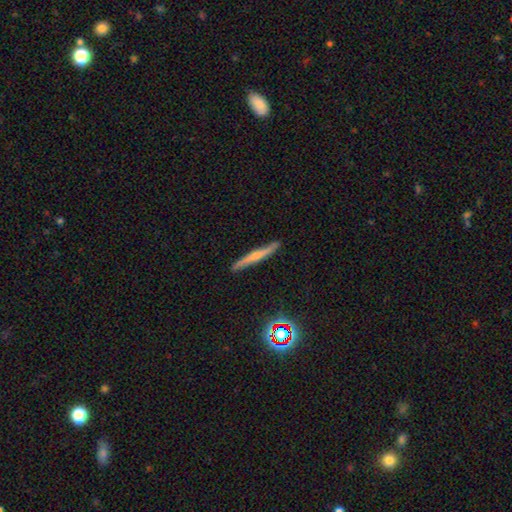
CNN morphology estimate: featured or disk 56%, smooth 36%, star or artifact 8%. Down the decision tree: edge-on disk — yes (92%); edge-on bulge — rounded (67%); merging — none (85%).